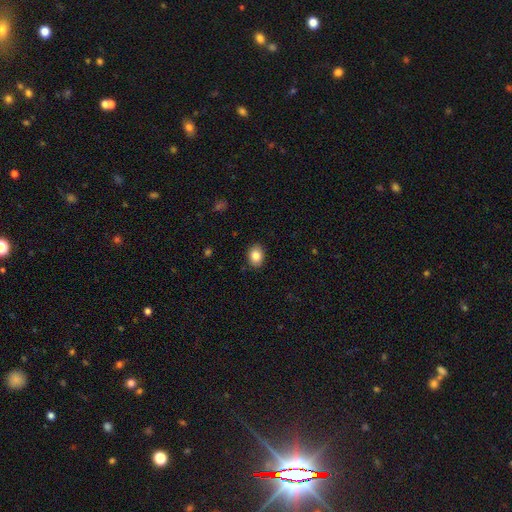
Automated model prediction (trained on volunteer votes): smooth-or-featured: smooth: 84% | star or artifact: 8% | featured or disk: 7%
  how-rounded: in between: 65% | round: 34% | cigar-shaped: 1%
  merging: none: 89% | minor disturbance: 8% | major disturbance: 2% | merger: 1%